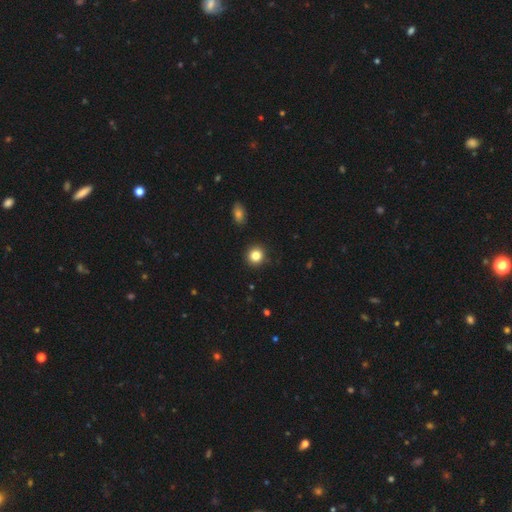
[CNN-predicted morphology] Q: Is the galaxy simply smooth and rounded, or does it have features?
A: smooth — 84%.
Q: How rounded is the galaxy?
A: round — 91%.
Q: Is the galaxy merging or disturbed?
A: none — 91%.